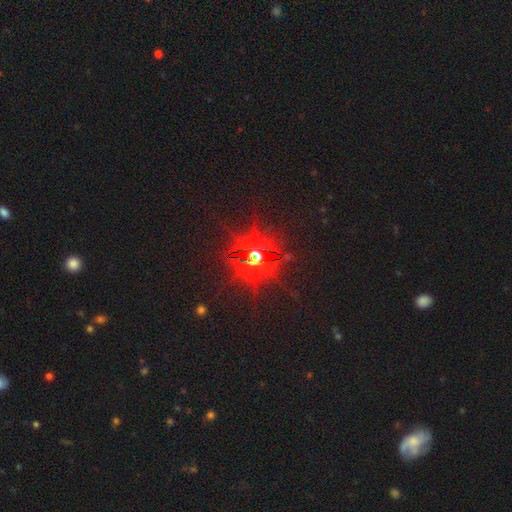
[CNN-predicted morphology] Smooth or featured?
  - star or artifact: 76% *
  - smooth: 14%
  - featured or disk: 10%